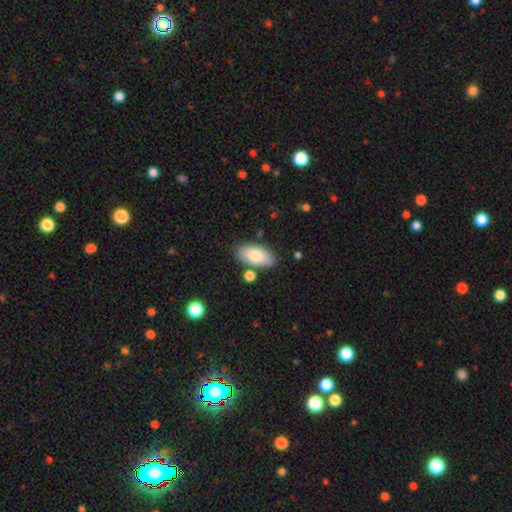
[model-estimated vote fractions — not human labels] The model was most divided on "smooth or featured": smooth: 79%, featured or disk: 15%, star or artifact: 6%. More confident: how rounded — in between (93%); merging — none (80%).